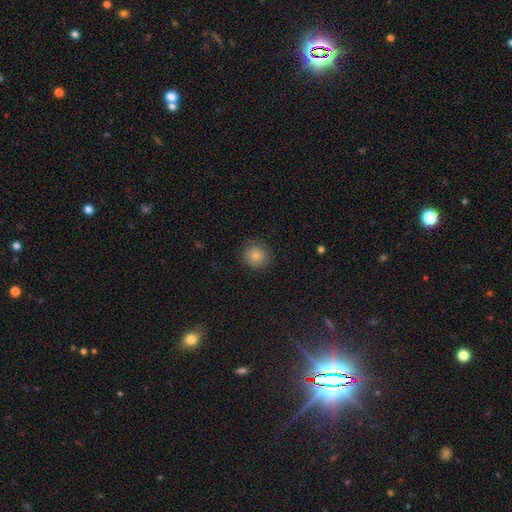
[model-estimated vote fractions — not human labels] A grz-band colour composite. It shows a smooth galaxy with no disk features (82%) that is round (93%). Merging: none (89%).